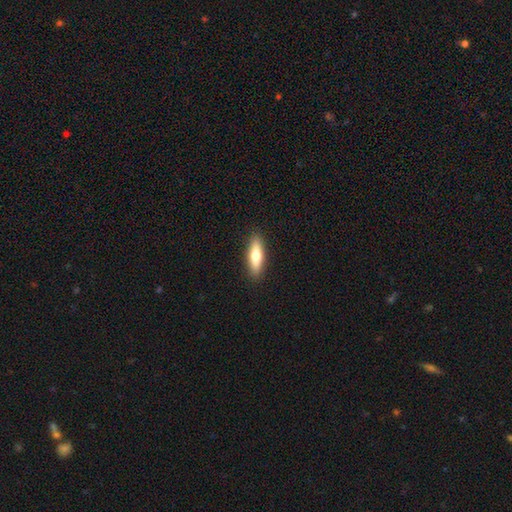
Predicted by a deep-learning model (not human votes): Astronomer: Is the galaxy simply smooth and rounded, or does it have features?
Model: smooth — 69%.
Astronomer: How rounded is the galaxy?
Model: cigar-shaped — 61% (runner-up: in between, 37%).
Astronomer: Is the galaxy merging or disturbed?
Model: none — 90%.